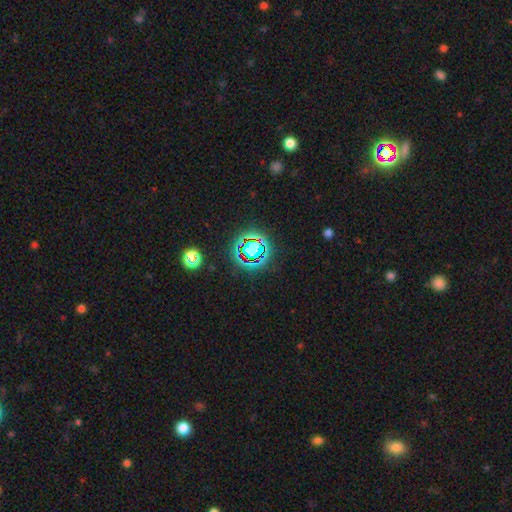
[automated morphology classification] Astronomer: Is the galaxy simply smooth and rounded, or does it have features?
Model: star or artifact — 77%.